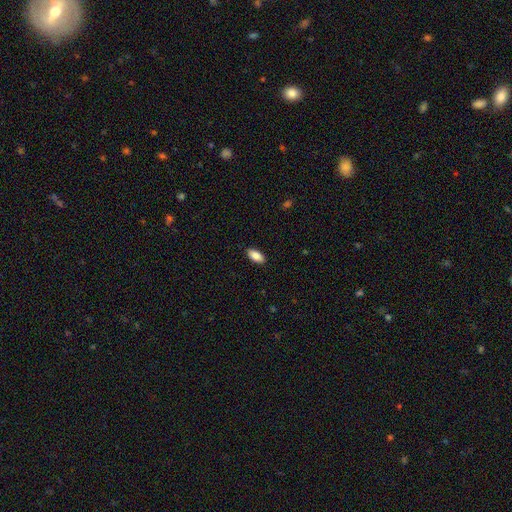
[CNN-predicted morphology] smooth-or-featured: smooth: 85% | featured or disk: 8% | star or artifact: 7%
  how-rounded: in between: 90% | cigar-shaped: 8% | round: 2%
  merging: none: 89% | minor disturbance: 8% | major disturbance: 2% | merger: 1%